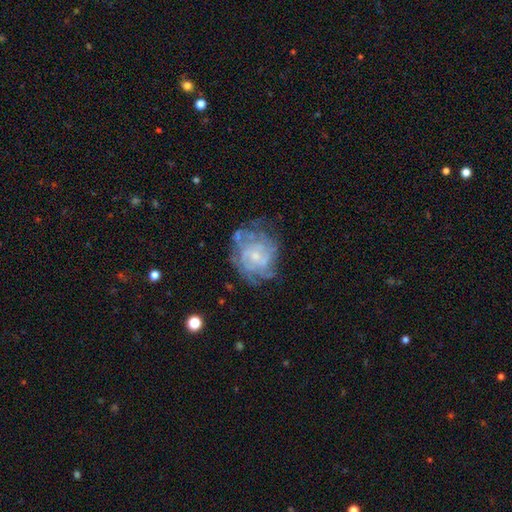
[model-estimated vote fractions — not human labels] The model was most divided on "spiral winding": tight: 62%, medium: 28%, loose: 10%. More confident: edge-on disk — no (98%); smooth or featured — featured or disk (76%); spiral arms — yes (75%); bar — no (74%); bulge size — small (67%); merging — none (58%); spiral arm count — can't tell (57%).